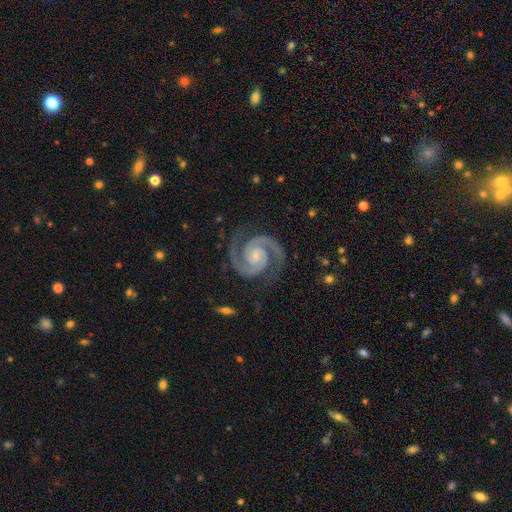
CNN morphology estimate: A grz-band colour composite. It shows a featured or disk galaxy (95%) with no bar (64%), 2 (95%) tight (54%) spiral arms (99%) and a small central bulge (63%). Merging: none (85%).